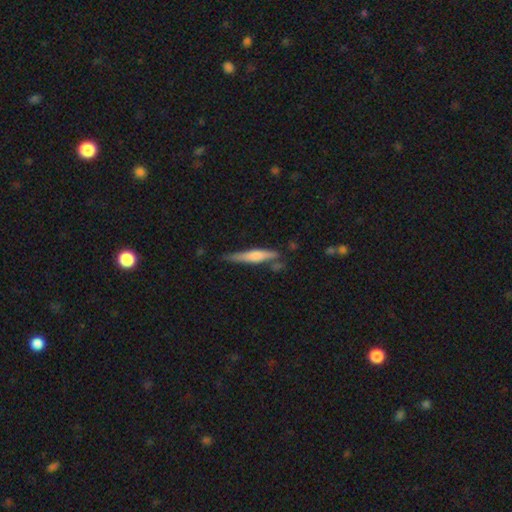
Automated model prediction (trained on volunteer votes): A smooth galaxy with no disk features (52%) that is cigar-shaped (89%).

Vote fractions:
- Smooth or featured? smooth: 52% / featured or disk: 42% / star or artifact: 6%
- How rounded? cigar-shaped: 89% / in between: 9% / round: 2%
- Merging? none: 70% / minor disturbance: 19% / merger: 6% / major disturbance: 4%